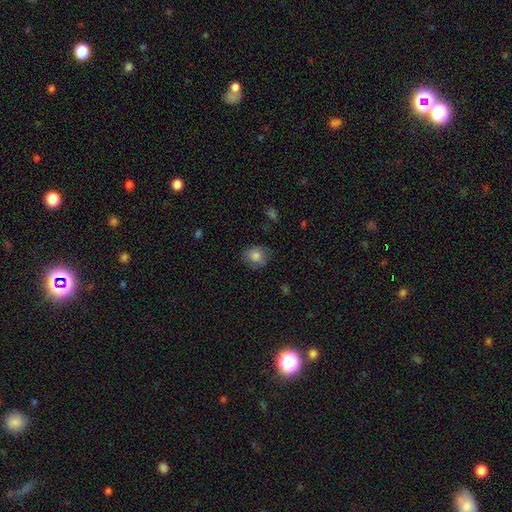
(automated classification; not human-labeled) smooth-or-featured: smooth: 82% | star or artifact: 9% | featured or disk: 9%
  how-rounded: round: 69% | in between: 30% | cigar-shaped: 1%
  merging: none: 73% | minor disturbance: 20% | major disturbance: 5% | merger: 1%